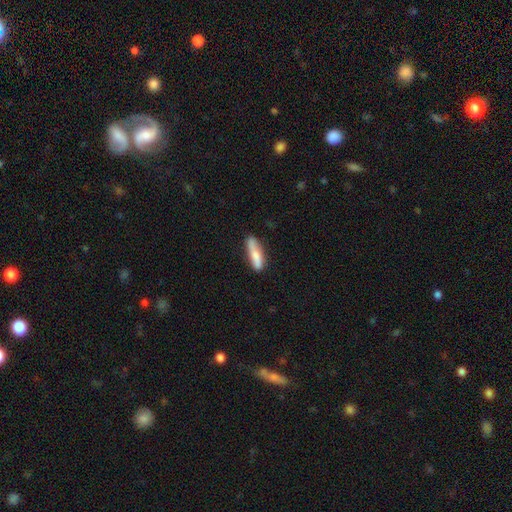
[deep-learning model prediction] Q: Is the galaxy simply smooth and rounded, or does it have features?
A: smooth — 71%.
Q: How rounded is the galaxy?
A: cigar-shaped — 68%.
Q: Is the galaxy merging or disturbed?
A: none — 74%.